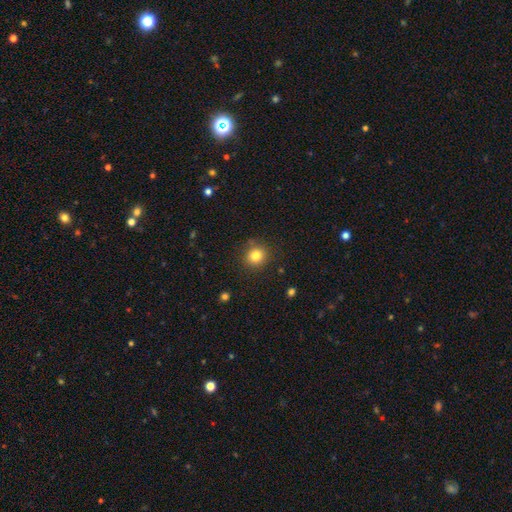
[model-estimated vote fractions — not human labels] Smooth or featured? smooth (81%)
How rounded? round (86%)
Merging? none (86%)